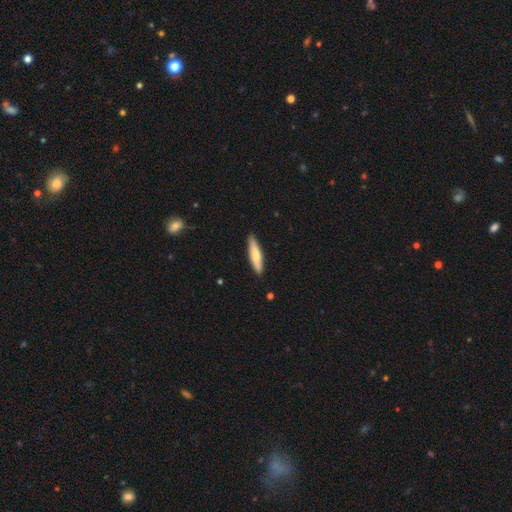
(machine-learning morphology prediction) smooth 63%, featured or disk 32%, star or artifact 5%. Down the decision tree: how rounded — cigar-shaped (82%); merging — none (89%).